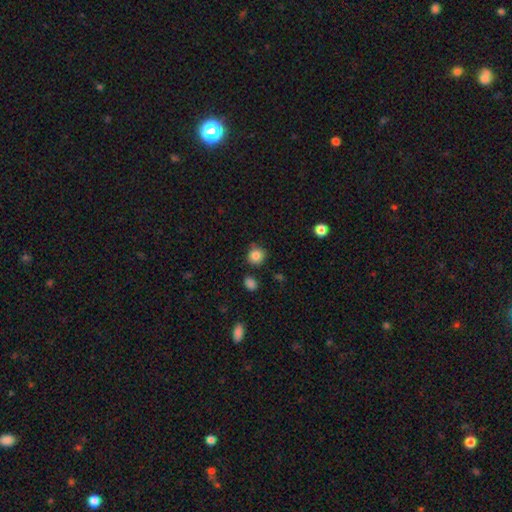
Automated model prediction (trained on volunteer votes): smooth_or_featured: smooth (p=0.85) [alt: star or artifact p=0.10]
how_rounded: round (p=0.88) [alt: in between p=0.11]
merging: none (p=0.79) [alt: minor disturbance p=0.13]